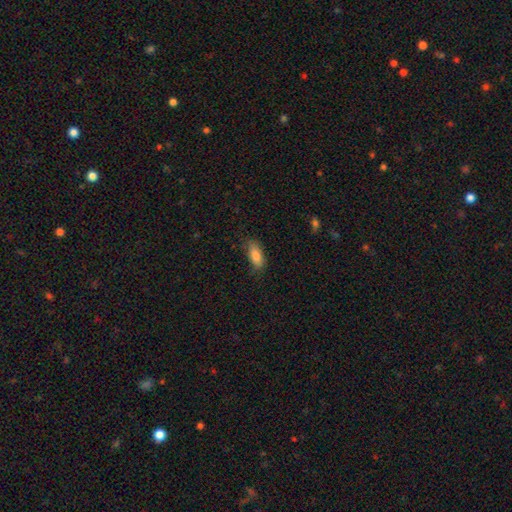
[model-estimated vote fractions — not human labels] This is clearly a smooth galaxy (85%). How rounded: clearly in between (82%). Merging: likely none (75%).